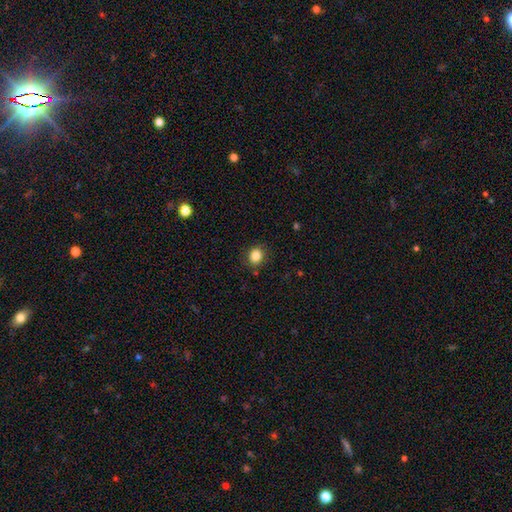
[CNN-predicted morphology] This is clearly a smooth galaxy (85%). How rounded: likely round (67%). Merging: clearly none (85%).